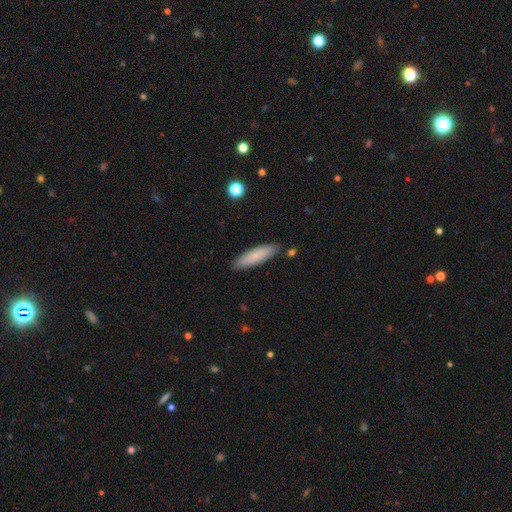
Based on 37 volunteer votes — smooth 84%, featured or disk 14%, star or artifact 3%. Down the decision tree: how rounded — cigar-shaped (68%); merging — none (83%).